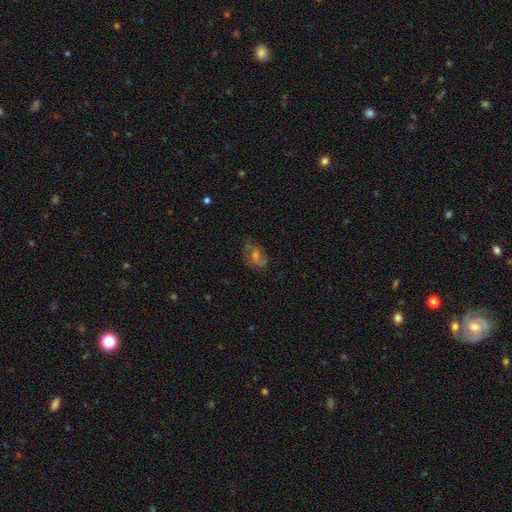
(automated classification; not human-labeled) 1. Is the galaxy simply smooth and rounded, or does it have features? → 64% featured or disk, 22% smooth, 14% star or artifact.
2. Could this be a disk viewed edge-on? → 96% no, 4% yes.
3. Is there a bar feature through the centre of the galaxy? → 47% weak, 36% no, 17% strong.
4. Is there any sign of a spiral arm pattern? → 85% yes, 15% no.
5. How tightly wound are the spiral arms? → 47% medium, 29% tight, 23% loose.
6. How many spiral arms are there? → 80% 2, 13% can't tell, 3% 1, 2% 3, 1% 4, 1% more than 4.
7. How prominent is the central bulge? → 52% moderate, 33% small, 7% large, 7% none, 1% dominant.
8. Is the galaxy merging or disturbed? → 78% none, 15% minor disturbance, 6% major disturbance, 1% merger.